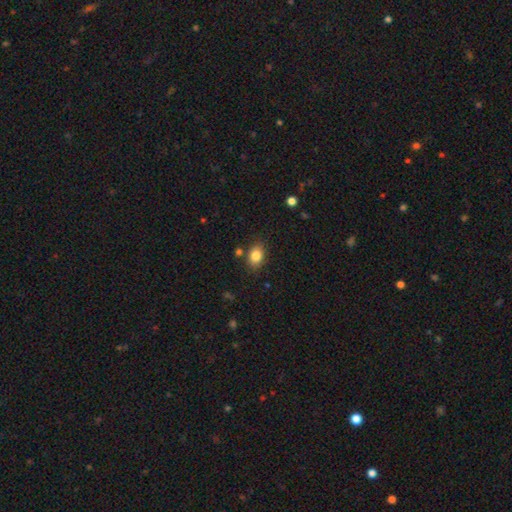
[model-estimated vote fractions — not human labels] A smooth galaxy with no disk features (83%) that is in between round and cigar-shaped (67%). Merging: none (80%).